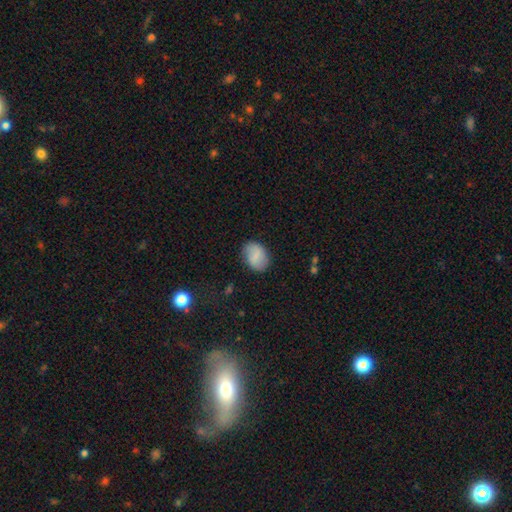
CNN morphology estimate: This appears to be a smooth galaxy with no disk features (78%) that is in between round and cigar-shaped (78%). Merging: none (80%).